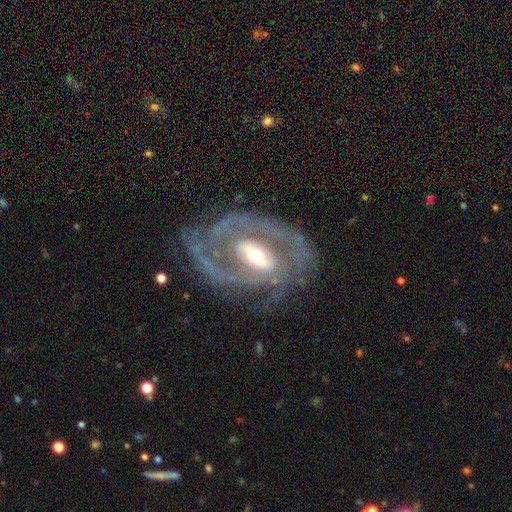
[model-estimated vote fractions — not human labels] smooth-or-featured: featured or disk: 87% | smooth: 7% | star or artifact: 5%
  disk-edge-on: no: 95% | yes: 5%
    bar: strong: 40% | weak: 38% | no: 21%
    has-spiral-arms: yes: 88% | no: 12%
      spiral-winding: tight: 47% | medium: 38% | loose: 14%
      spiral-arm-count: 2: 55% | can't tell: 20% | 3: 10% | 1: 7% | 4: 4% | more than 4: 4%
    bulge-size: moderate: 57% | small: 33% | large: 7% | dominant: 1% | none: 1%
  merging: none: 62% | minor disturbance: 19% | major disturbance: 16% | merger: 2%